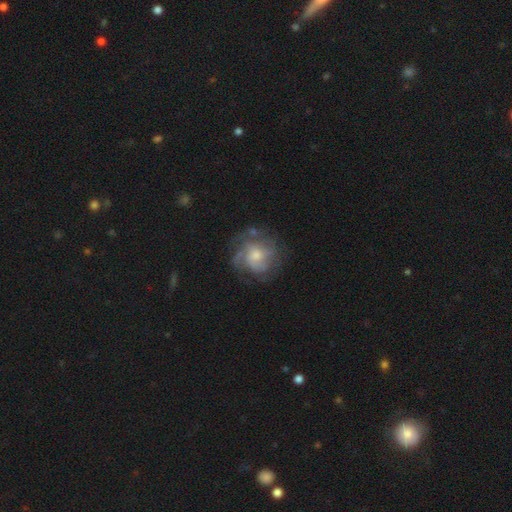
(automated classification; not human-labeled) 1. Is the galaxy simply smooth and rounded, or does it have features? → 64% featured or disk, 28% smooth, 8% star or artifact.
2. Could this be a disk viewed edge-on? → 98% no, 2% yes.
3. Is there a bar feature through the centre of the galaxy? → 75% no, 23% weak, 3% strong.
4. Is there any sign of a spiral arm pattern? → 79% yes, 21% no.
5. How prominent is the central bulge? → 52% moderate, 35% small, 7% large, 4% none, 1% dominant.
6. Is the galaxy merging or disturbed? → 62% none, 20% minor disturbance, 16% major disturbance, 2% merger.